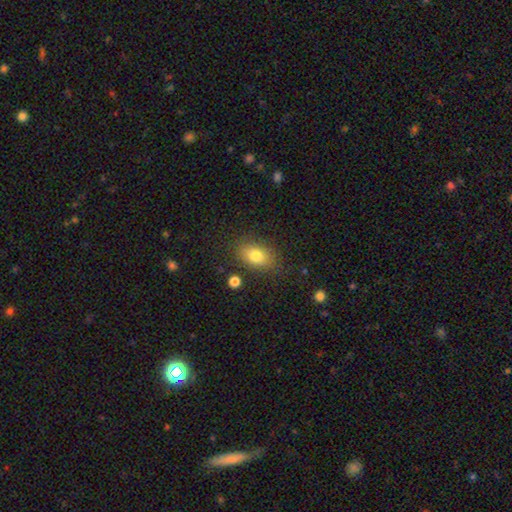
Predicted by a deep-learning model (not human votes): This appears to be a smooth galaxy with no disk features (79%) that is in between round and cigar-shaped (82%). Merging: none (79%).